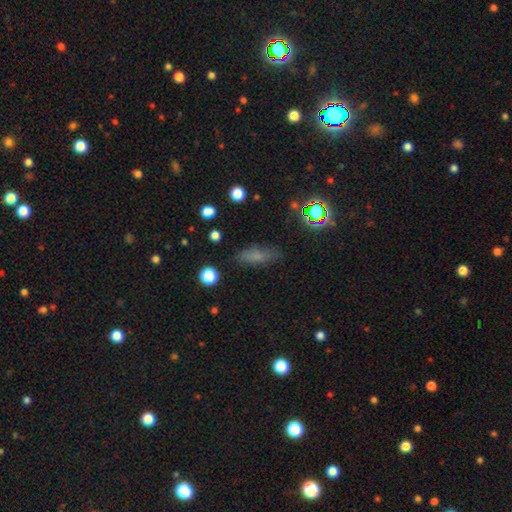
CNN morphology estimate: Overall: smooth (69%). How rounded: in between (58%; cigar-shaped 36%). Merging: none (80%).